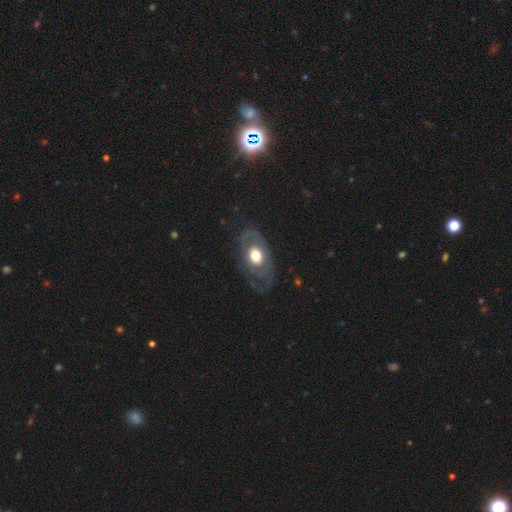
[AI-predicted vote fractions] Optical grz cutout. It shows a featured or disk galaxy (56%) with no bar (87%), no spiral arms (62%) and a moderate central bulge (50%). Merging: none (65%).